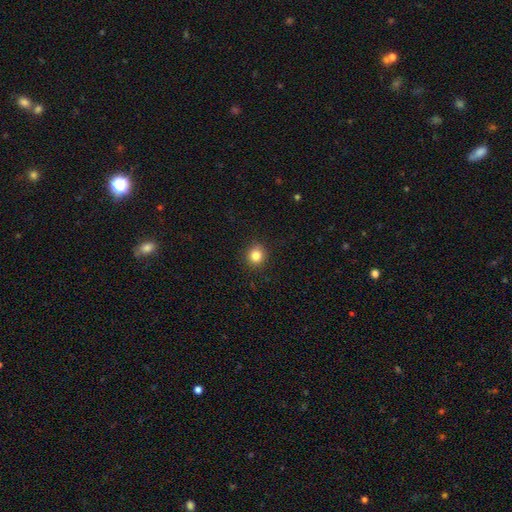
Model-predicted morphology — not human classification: smooth_or_featured: smooth (p=0.84) [alt: star or artifact p=0.11]
how_rounded: round (p=0.84) [alt: in between p=0.15]
merging: none (p=0.89) [alt: minor disturbance p=0.08]